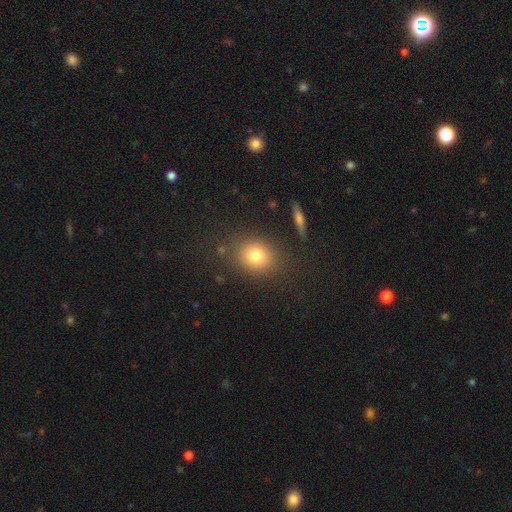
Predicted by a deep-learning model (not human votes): Morphology: type=smooth (78%); roundness=round (64%); merging=none (83%).